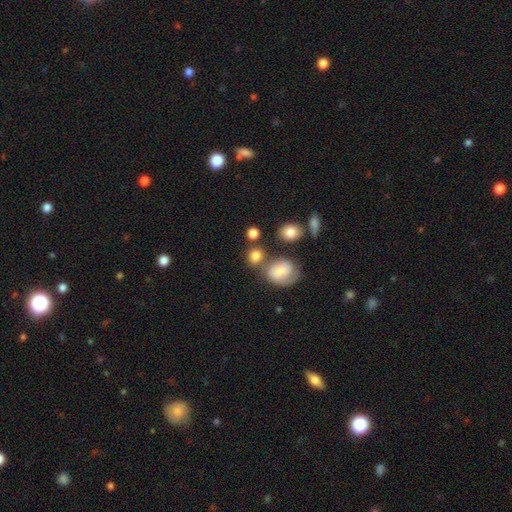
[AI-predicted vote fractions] This appears to be a smooth galaxy with no disk features (81%) that is round (65%). Merging: none (59%).